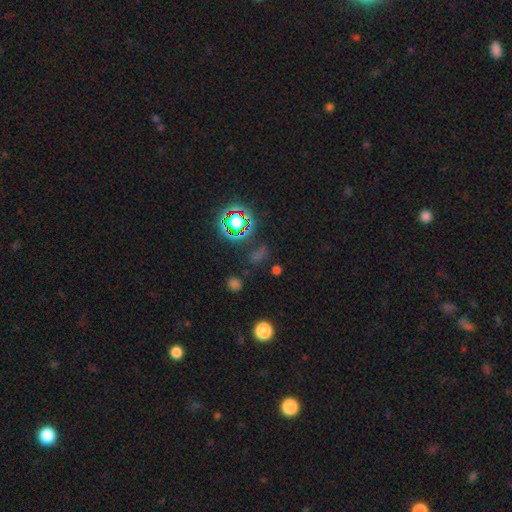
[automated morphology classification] star or artifact 64%, smooth 27%, featured or disk 9%.